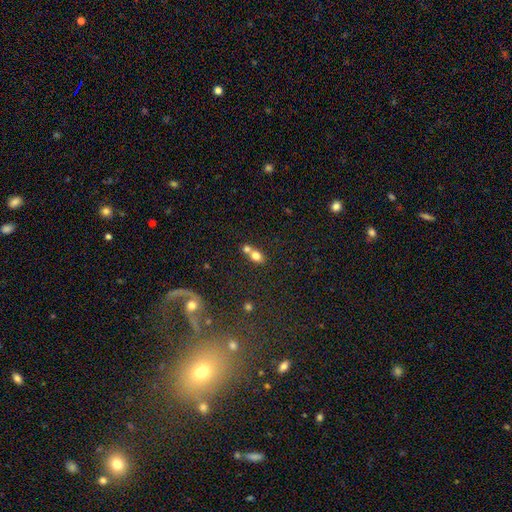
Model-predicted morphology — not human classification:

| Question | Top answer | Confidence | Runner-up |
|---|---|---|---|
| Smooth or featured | smooth | 75% | featured or disk (15%) |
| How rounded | in between | 61% | round (36%) |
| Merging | merger | 58% | none (31%) |